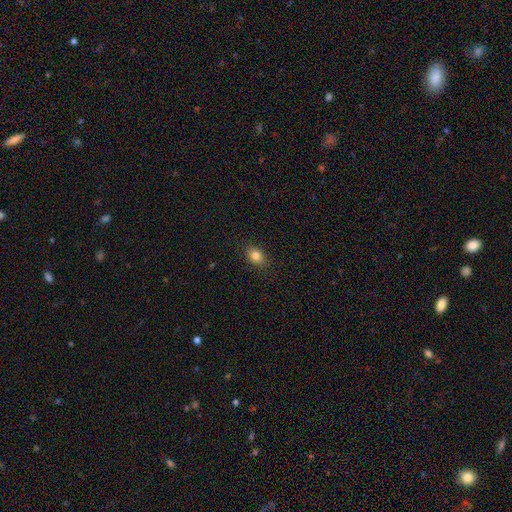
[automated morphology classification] This is clearly a smooth galaxy (82%). How rounded: likely in between (79%). Merging: clearly none (88%).